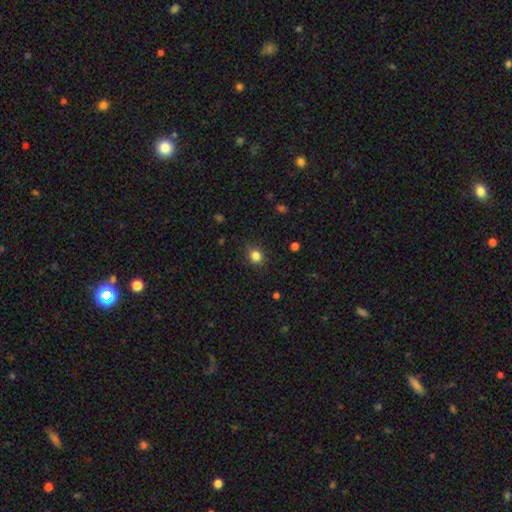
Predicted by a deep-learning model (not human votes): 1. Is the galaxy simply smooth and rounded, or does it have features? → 83% smooth, 12% star or artifact, 5% featured or disk.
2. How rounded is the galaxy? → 77% round, 22% in between, 1% cigar-shaped.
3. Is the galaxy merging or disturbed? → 85% none, 11% minor disturbance, 3% major disturbance, 1% merger.